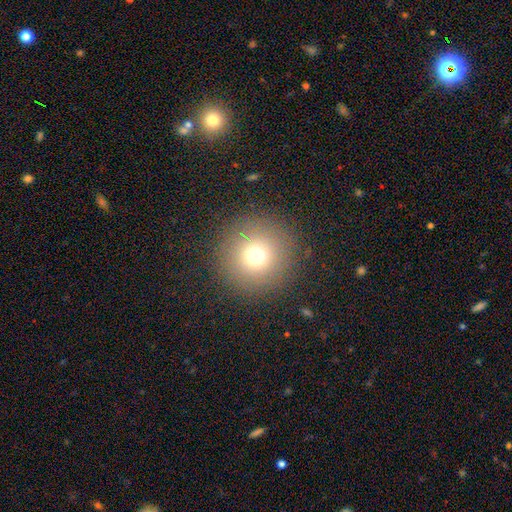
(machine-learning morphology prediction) This is likely a smooth galaxy (70%). How rounded: clearly round (96%). Merging: clearly none (89%).